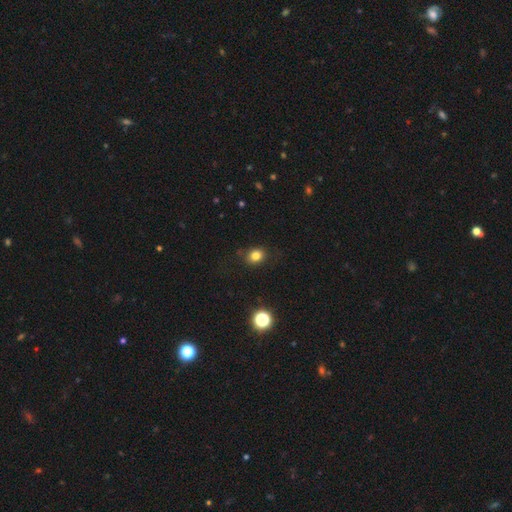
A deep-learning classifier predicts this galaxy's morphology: This is clearly a smooth galaxy (80%). How rounded: possibly round (55%). Merging: clearly none (82%).